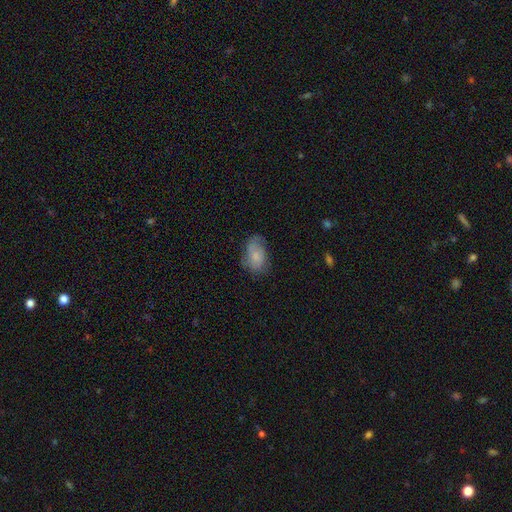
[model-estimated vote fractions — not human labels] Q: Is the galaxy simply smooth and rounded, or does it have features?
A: smooth — 66%.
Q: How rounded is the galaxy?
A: in between — 88%.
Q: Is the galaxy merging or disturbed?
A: none — 59%.